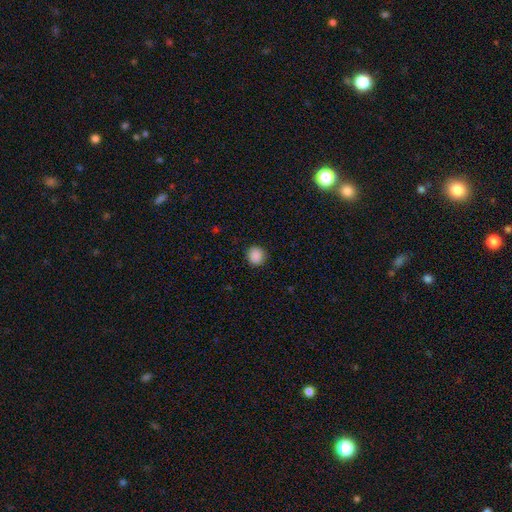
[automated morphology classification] smooth_or_featured: smooth (p=0.89) [alt: star or artifact p=0.09]
how_rounded: round (p=0.93) [alt: in between p=0.06]
merging: none (p=0.91) [alt: minor disturbance p=0.06]